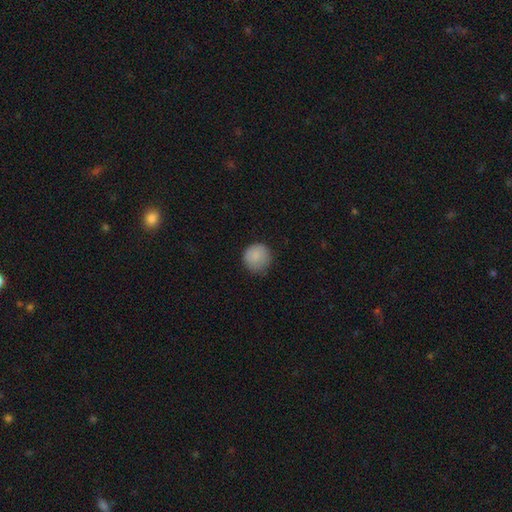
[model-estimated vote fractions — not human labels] A smooth galaxy with no disk features (85%) that is round (93%).

Vote fractions:
- Smooth or featured? smooth: 85% / star or artifact: 8% / featured or disk: 7%
- How rounded? round: 93% / in between: 6% / cigar-shaped: 1%
- Merging? none: 74% / minor disturbance: 21% / major disturbance: 4% / merger: 1%